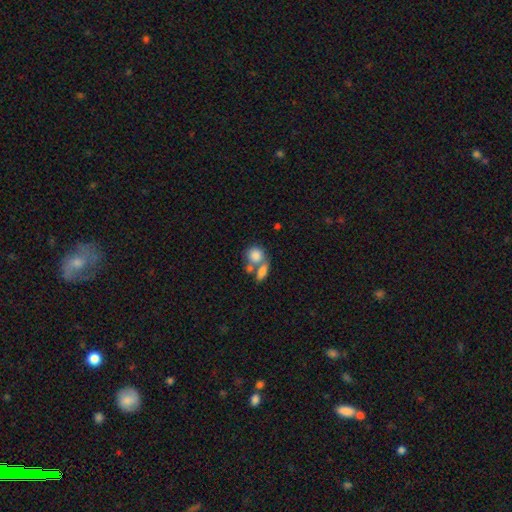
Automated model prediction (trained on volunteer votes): Q: Smooth or featured?
A: smooth (80%); runner-up: featured or disk (12%)
Q: How rounded?
A: round (63%); runner-up: in between (35%)
Q: Merging?
A: merger (53%); runner-up: none (32%)